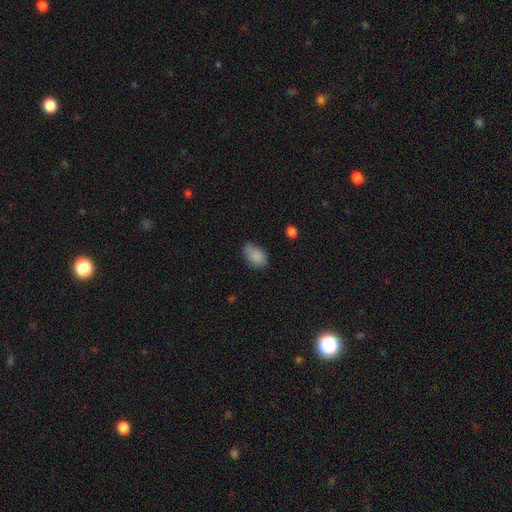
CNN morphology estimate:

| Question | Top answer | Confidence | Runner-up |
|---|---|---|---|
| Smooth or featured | smooth | 86% | star or artifact (8%) |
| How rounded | in between | 87% | round (11%) |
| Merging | none | 58% | minor disturbance (33%) |